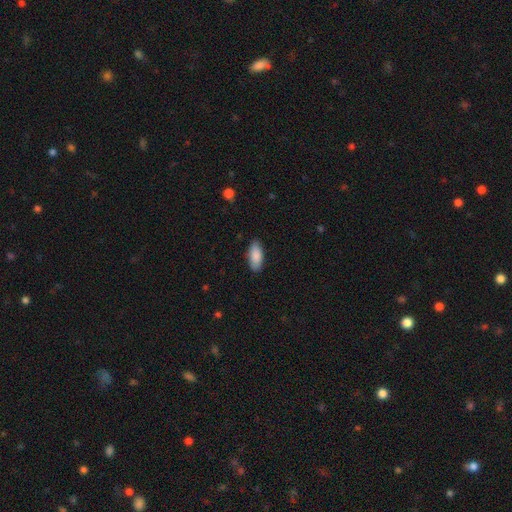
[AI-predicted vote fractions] Smooth or featured?
  - smooth: 88% *
  - featured or disk: 7%
  - star or artifact: 6%
How rounded?
  - in between: 85% *
  - cigar-shaped: 13%
  - round: 2%
Merging?
  - none: 86% *
  - minor disturbance: 11%
  - major disturbance: 2%
  - merger: 1%